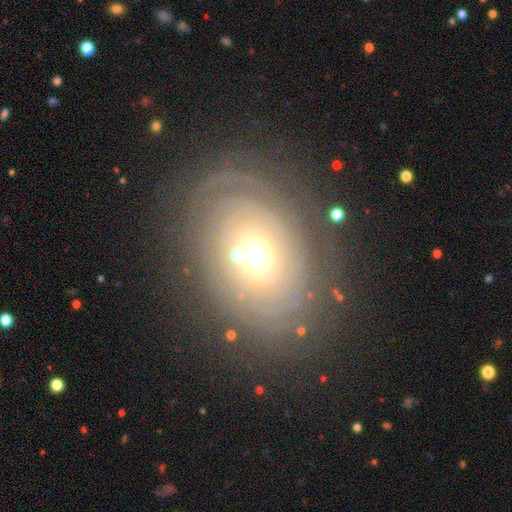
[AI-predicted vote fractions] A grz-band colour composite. It shows a featured or disk galaxy (70%) with no bar (83%), spiral arms (74%) and a moderate central bulge (62%). Merging: none (75%).